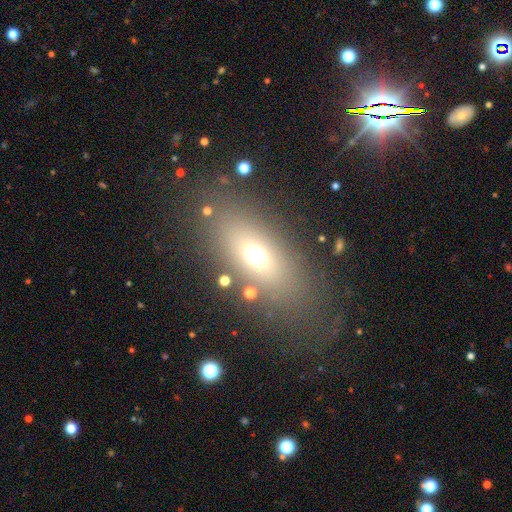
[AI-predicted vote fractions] This is likely a smooth galaxy (64%). How rounded: likely in between (73%). Merging: likely none (77%).